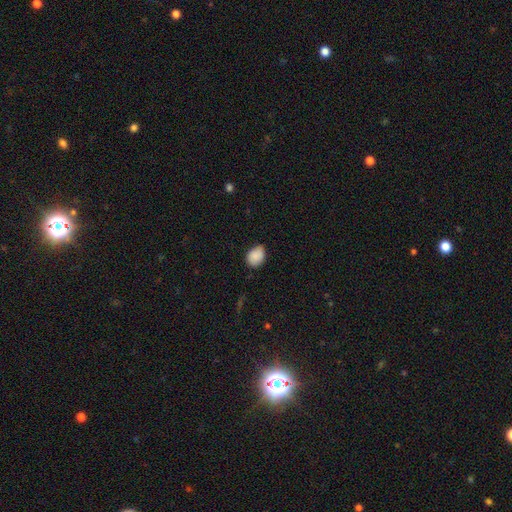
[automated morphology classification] The model was most divided on "how rounded": in between: 56%, round: 43%, cigar-shaped: 1%. More confident: smooth or featured — smooth (87%); merging — none (65%).